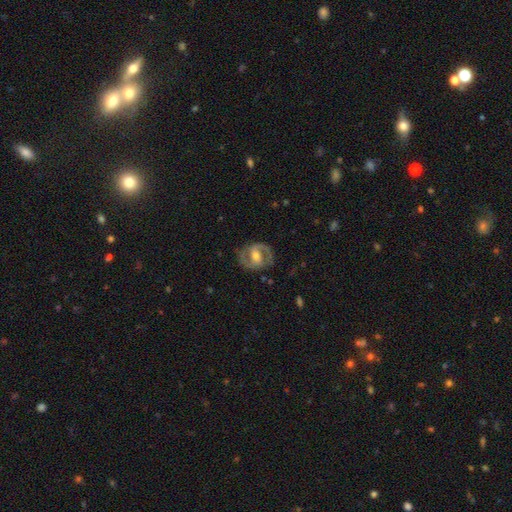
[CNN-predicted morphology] A featured or disk galaxy (85%) with a weak bar (44%), 2 (90%) medium (56%) spiral arms (91%) and a moderate central bulge (66%). Merging: none (81%).